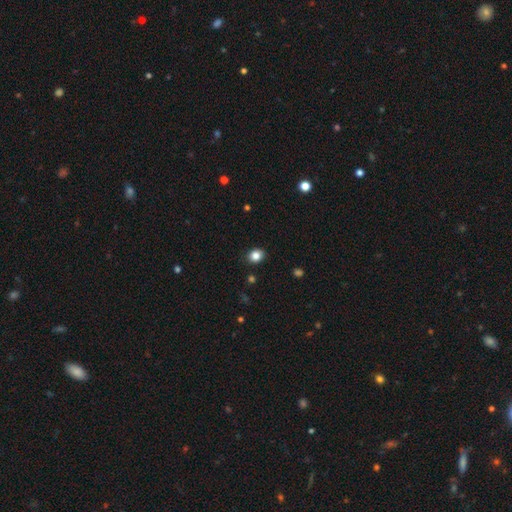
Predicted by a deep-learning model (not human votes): Smooth or featured? smooth (84%)
How rounded? round (63%)
Merging? none (89%)